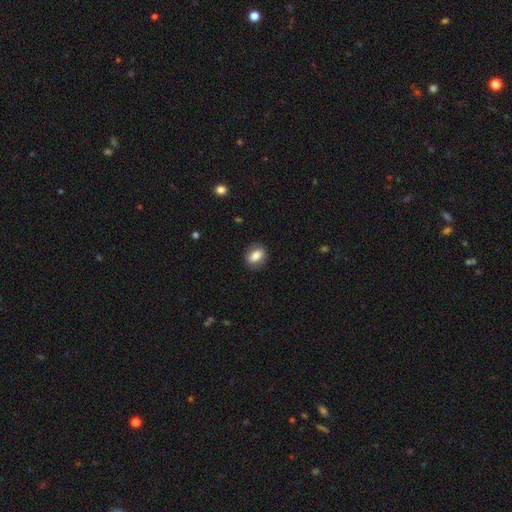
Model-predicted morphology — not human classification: Smooth or featured?
  - smooth: 79% *
  - featured or disk: 14%
  - star or artifact: 8%
How rounded?
  - in between: 71% *
  - round: 27%
  - cigar-shaped: 2%
Merging?
  - none: 83% *
  - minor disturbance: 12%
  - major disturbance: 4%
  - merger: 1%